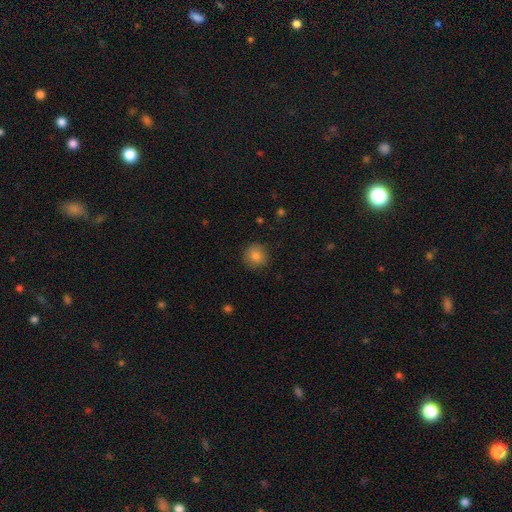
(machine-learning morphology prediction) smooth_or_featured: smooth (p=0.83) [alt: star or artifact p=0.10]
how_rounded: round (p=0.93) [alt: in between p=0.07]
merging: none (p=0.88) [alt: minor disturbance p=0.08]